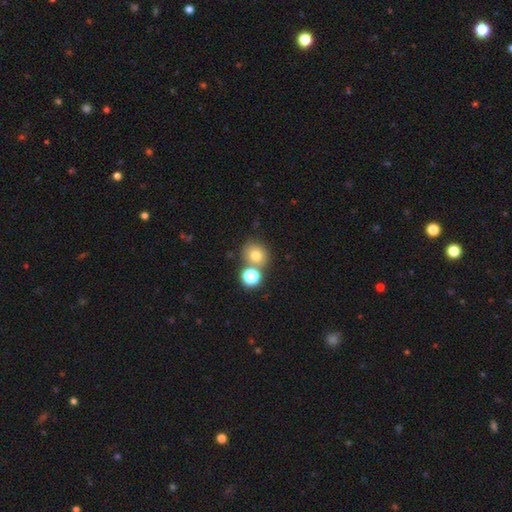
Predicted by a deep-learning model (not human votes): The model was most divided on "merging": none: 62%, merger: 26%, minor disturbance: 9%, major disturbance: 4%. More confident: how rounded — round (81%); smooth or featured — smooth (73%).